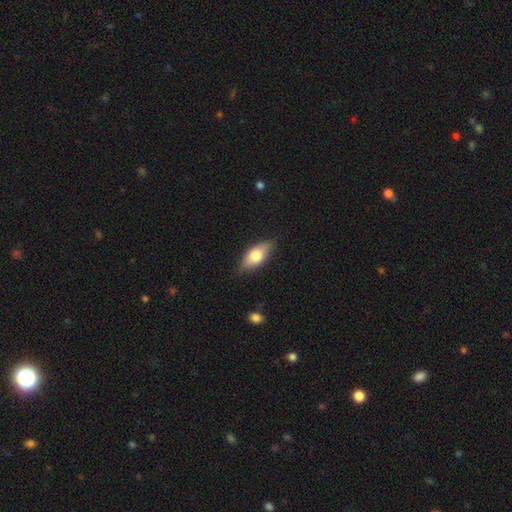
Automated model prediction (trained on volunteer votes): Morphology: type=smooth (70%); roundness=in between (83%); merging=none (80%).